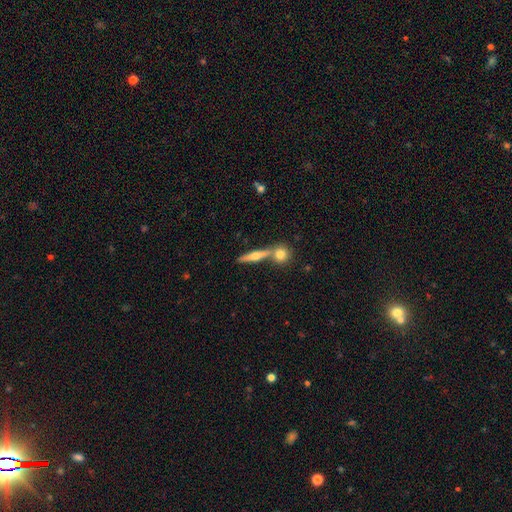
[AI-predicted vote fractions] A featured or disk galaxy (61%) viewed edge-on (95%) with a rounded central bulge (92%).

Vote fractions:
- Smooth or featured? featured or disk: 61% / smooth: 32% / star or artifact: 7%
- Edge-on disk? yes: 95% / no: 5%
- Edge-on bulge? rounded: 92% / none: 5% / boxy: 3%
- Merging? none: 68% / merger: 22% / minor disturbance: 8% / major disturbance: 2%